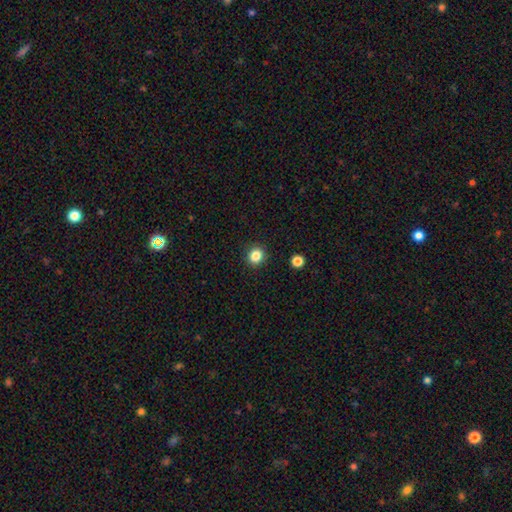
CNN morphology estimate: Smooth or featured: smooth — 84% (star or artifact — 11%)
How rounded: round — 81% (in between — 18%)
Merging: none — 91% (minor disturbance — 6%)